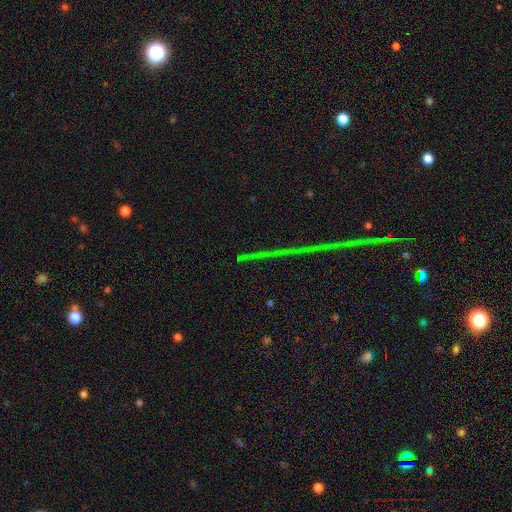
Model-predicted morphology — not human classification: This is clearly a star or artifact rather than a galaxy (81%).